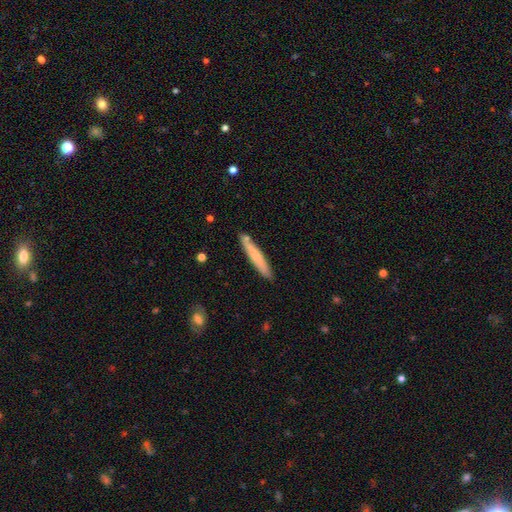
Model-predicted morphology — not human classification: smooth_or_featured: smooth (p=0.61) [alt: featured or disk p=0.34]
how_rounded: cigar-shaped (p=0.94) [alt: in between p=0.05]
merging: none (p=0.83) [alt: minor disturbance p=0.11]